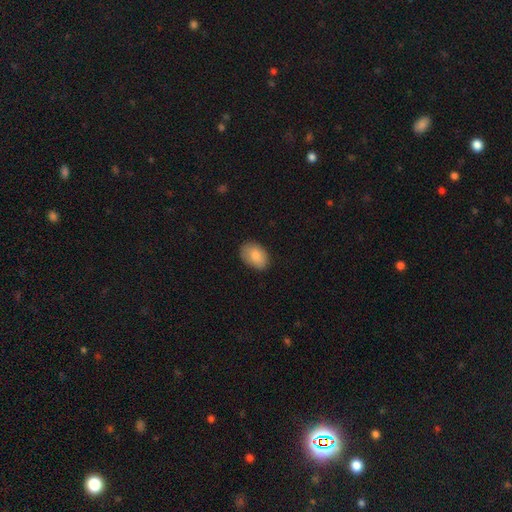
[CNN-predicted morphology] smooth 86%, featured or disk 8%, star or artifact 7%. Down the decision tree: how rounded — in between (86%); merging — none (79%).